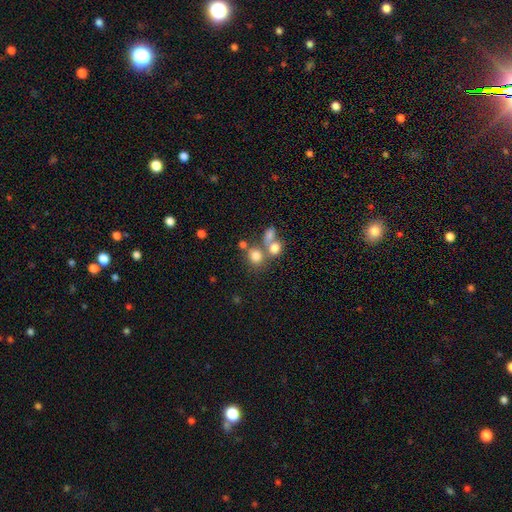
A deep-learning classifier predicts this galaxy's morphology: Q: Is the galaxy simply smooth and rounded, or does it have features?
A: smooth — 74%.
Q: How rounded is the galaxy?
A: round — 73%.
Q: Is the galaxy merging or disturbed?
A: none — 48%.